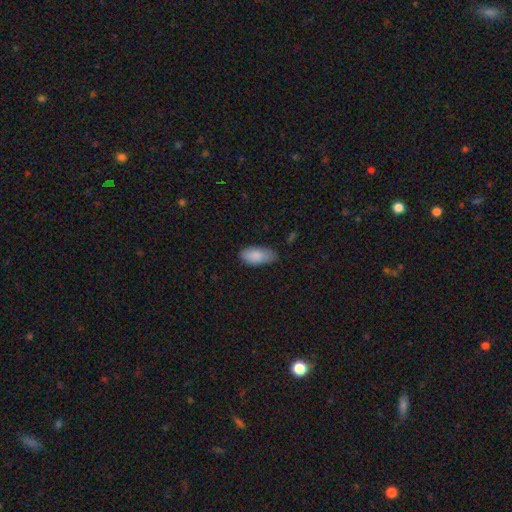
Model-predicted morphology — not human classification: type=smooth (87%); roundness=in between (92%); merging=none (69%).